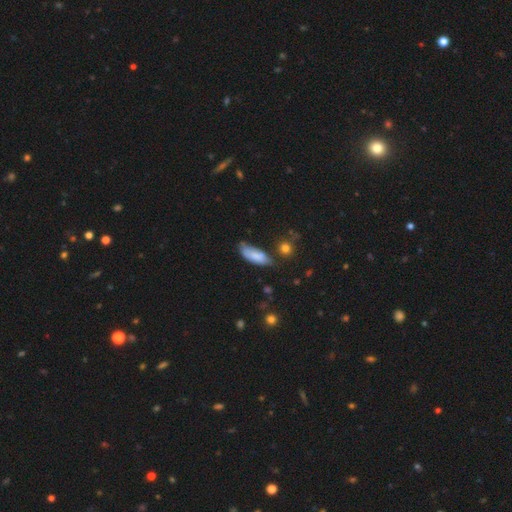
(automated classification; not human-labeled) Morphology: type=smooth (79%); roundness=in between (71%); merging=none (53%).